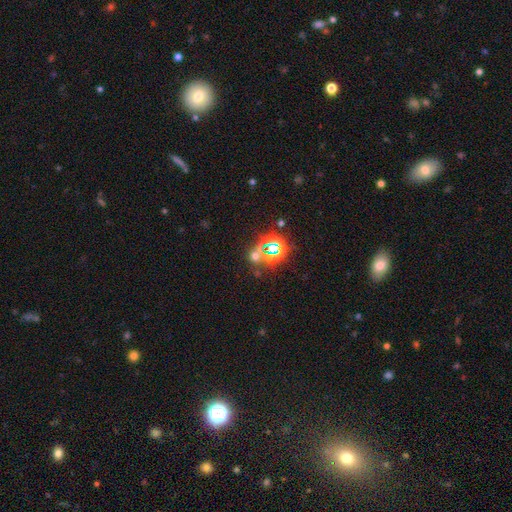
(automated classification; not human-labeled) smooth_or_featured: star or artifact (p=0.54) [alt: smooth p=0.37]